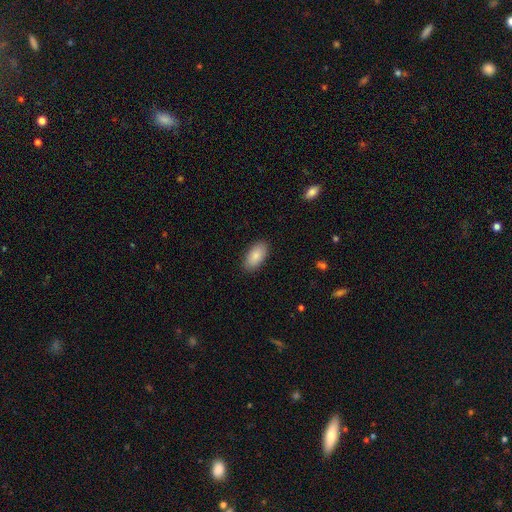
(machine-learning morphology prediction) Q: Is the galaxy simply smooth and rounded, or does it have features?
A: smooth — 87%.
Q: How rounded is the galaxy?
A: in between — 94%.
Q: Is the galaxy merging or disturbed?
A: none — 89%.